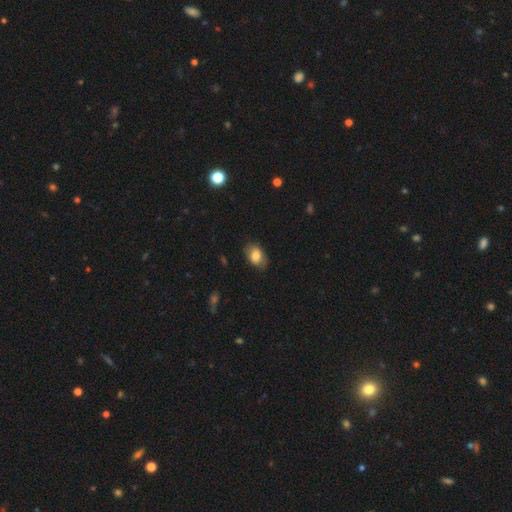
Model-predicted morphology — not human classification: A smooth galaxy with no disk features (79%) that is in between round and cigar-shaped (82%).

Vote fractions:
- Smooth or featured? smooth: 79% / featured or disk: 13% / star or artifact: 8%
- How rounded? in between: 82% / round: 17% / cigar-shaped: 1%
- Merging? none: 76% / minor disturbance: 18% / major disturbance: 4% / merger: 1%